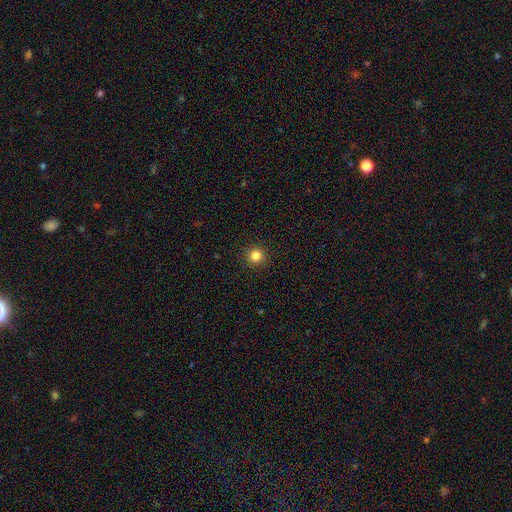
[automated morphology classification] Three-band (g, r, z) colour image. It shows a smooth galaxy with no disk features (83%) that is round (95%). Merging: none (93%).